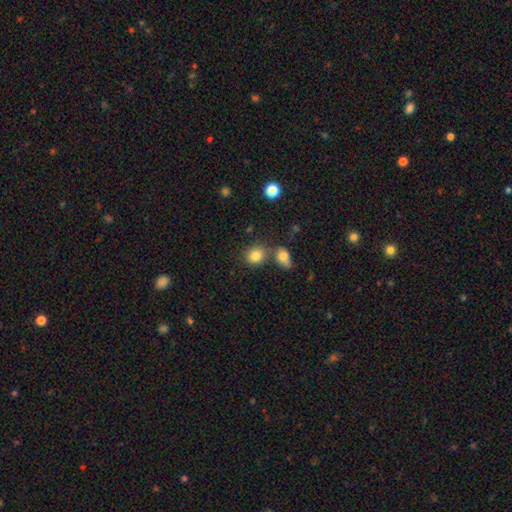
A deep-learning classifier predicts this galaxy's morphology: Smooth or featured? Predicted: smooth (p=0.83). How rounded? Predicted: round (p=0.72). Merging? Predicted: none (p=0.65).